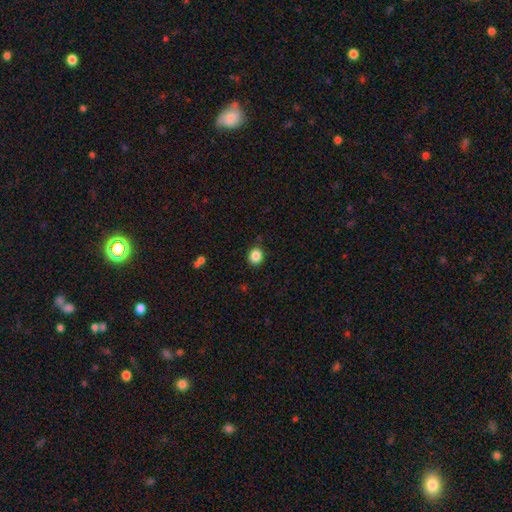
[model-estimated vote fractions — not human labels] The model was most divided on "how rounded": round: 70%, in between: 29%, cigar-shaped: 1%. More confident: merging — none (87%); smooth or featured — smooth (86%).